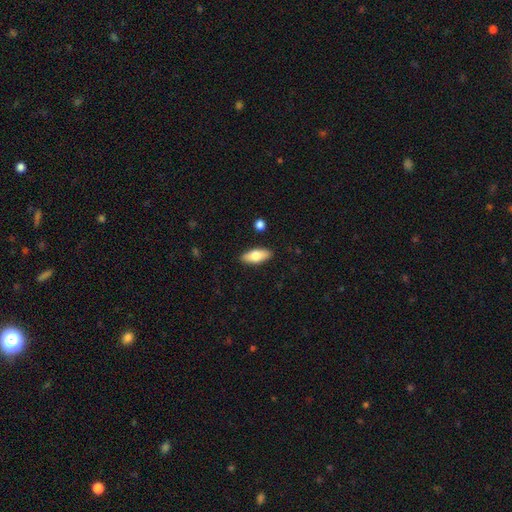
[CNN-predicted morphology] Smooth or featured: smooth — 74% (featured or disk — 20%)
How rounded: in between — 82% (cigar-shaped — 15%)
Merging: none — 88% (minor disturbance — 8%)